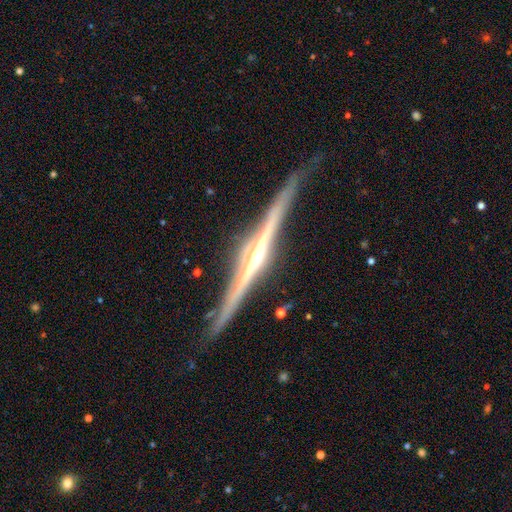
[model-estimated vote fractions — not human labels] A featured or disk galaxy (89%) viewed edge-on (98%) with a rounded central bulge (80%). Merging: none (86%).